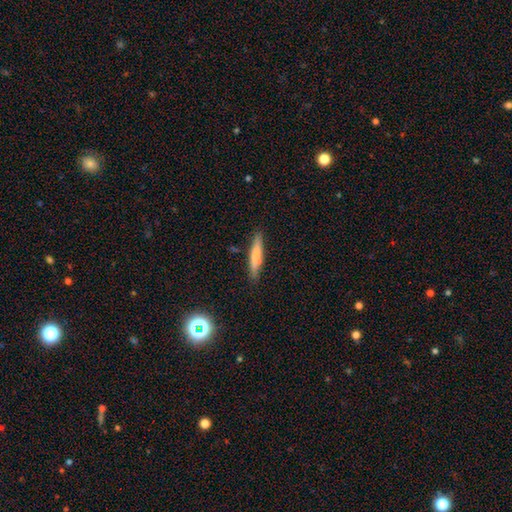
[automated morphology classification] This appears to be a smooth galaxy with no disk features (68%) that is cigar-shaped (90%). Merging: none (84%).